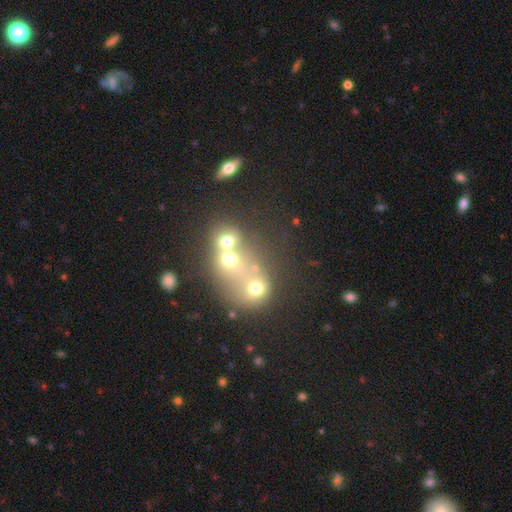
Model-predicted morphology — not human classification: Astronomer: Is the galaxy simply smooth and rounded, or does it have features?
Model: smooth — 41% (runner-up: featured or disk, 30%).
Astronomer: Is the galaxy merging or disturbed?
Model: merger — 58%.